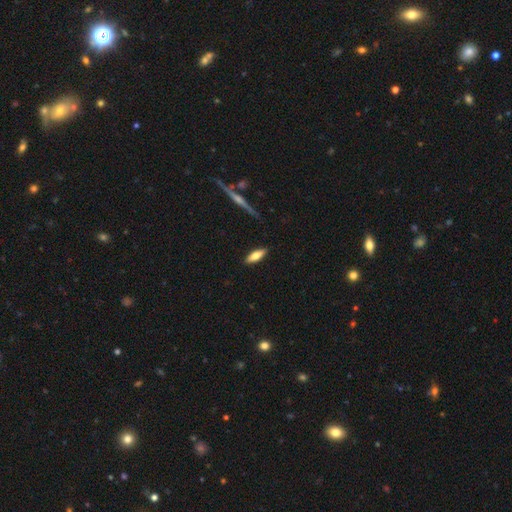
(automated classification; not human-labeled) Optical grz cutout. It shows a smooth galaxy with no disk features (69%) that is in between round and cigar-shaped (55%). Merging: none (88%).